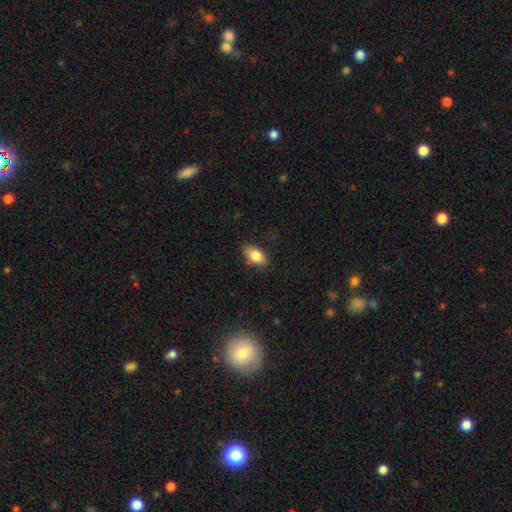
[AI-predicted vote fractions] Smooth or featured? Predicted: smooth (p=0.81). How rounded? Predicted: in between (p=0.90). Merging? Predicted: none (p=0.81).